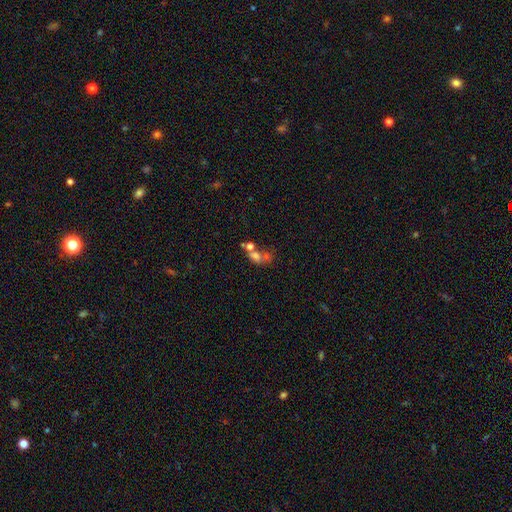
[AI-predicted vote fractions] The model was most divided on "smooth or featured": smooth: 54%, featured or disk: 27%, star or artifact: 19%. More confident: how rounded — in between (63%); merging — merger (51%).